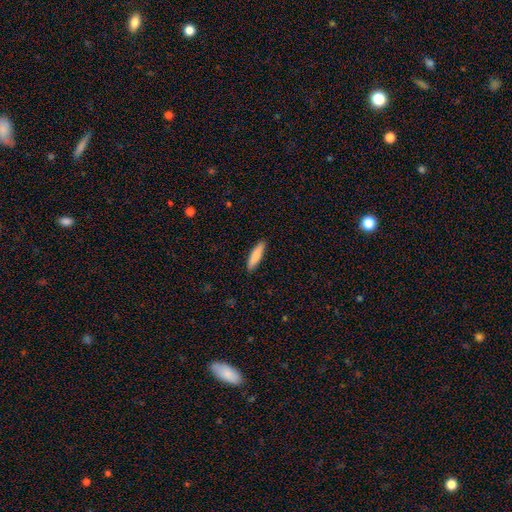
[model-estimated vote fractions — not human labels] Smooth or featured? smooth (81%)
How rounded? cigar-shaped (77%)
Merging? none (90%)